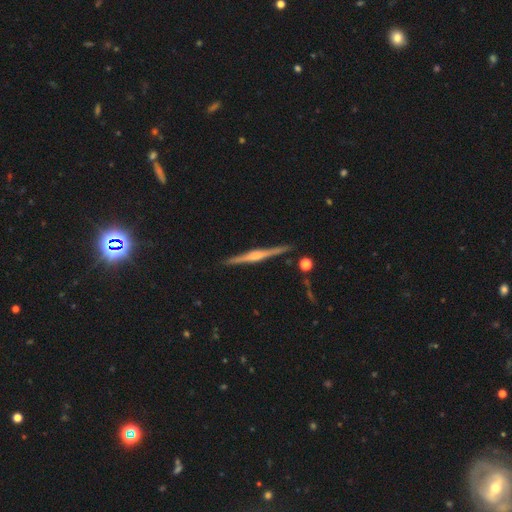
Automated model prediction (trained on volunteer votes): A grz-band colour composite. It shows a featured or disk galaxy (79%) viewed edge-on (98%) with a rounded central bulge (64%). Merging: none (90%).